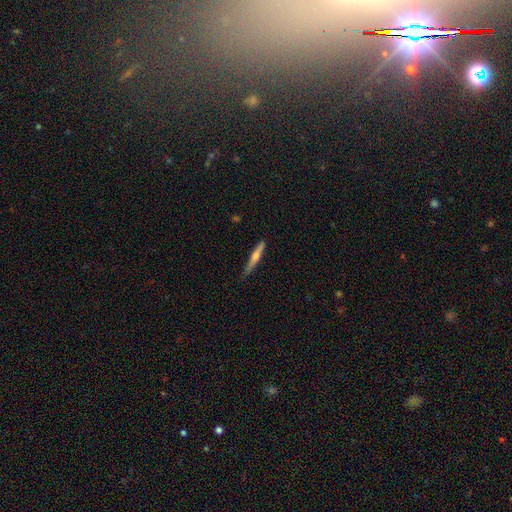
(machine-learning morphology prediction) A featured or disk galaxy (52%) viewed edge-on (96%) with a rounded central bulge (80%). Merging: none (80%).